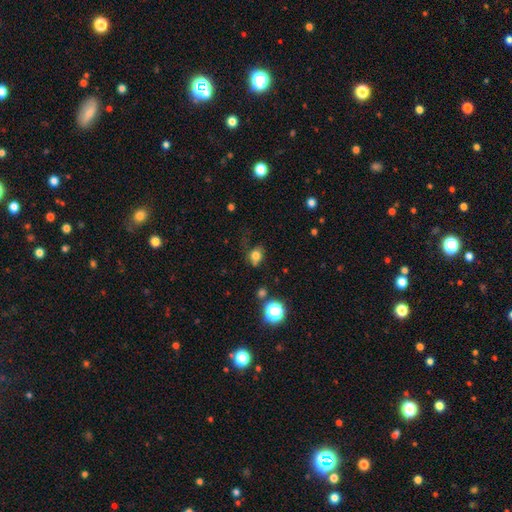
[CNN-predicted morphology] Overall: smooth (74%). How rounded: round (60%; in between 39%). Merging: none (50%; minor disturbance 28%).